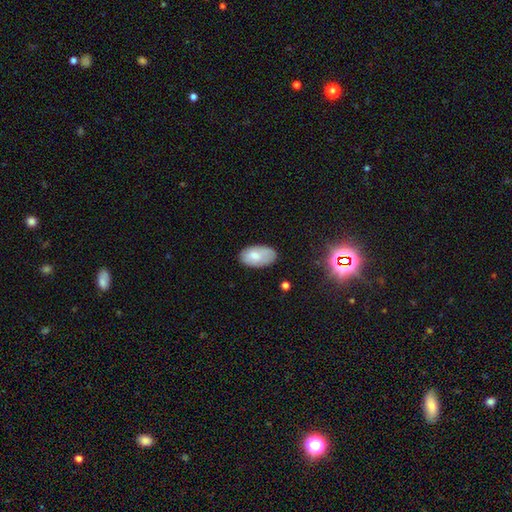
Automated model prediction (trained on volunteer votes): smooth 75%, featured or disk 17%, star or artifact 8%. Down the decision tree: how rounded — in between (95%); merging — none (72%).